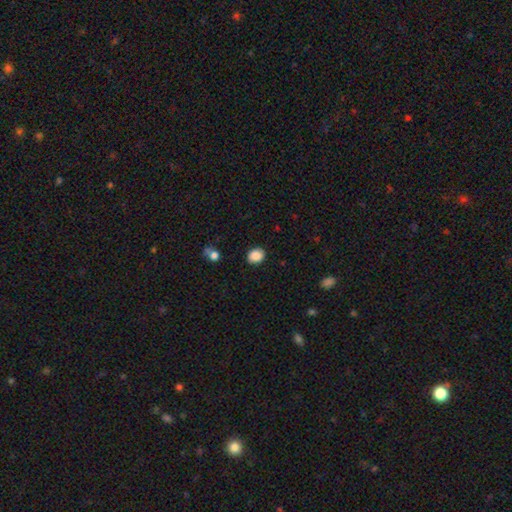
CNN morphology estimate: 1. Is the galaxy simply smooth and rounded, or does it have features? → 87% smooth, 9% star or artifact, 4% featured or disk.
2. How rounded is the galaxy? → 57% round, 42% in between, 1% cigar-shaped.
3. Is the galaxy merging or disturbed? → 87% none, 9% minor disturbance, 2% major disturbance, 2% merger.